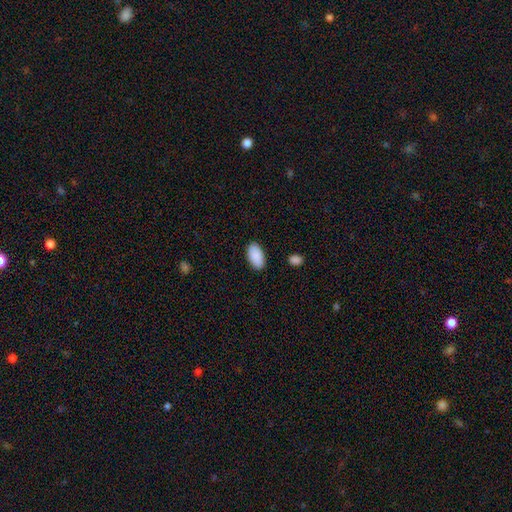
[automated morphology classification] type=smooth (91%); roundness=in between (95%); merging=none (88%).